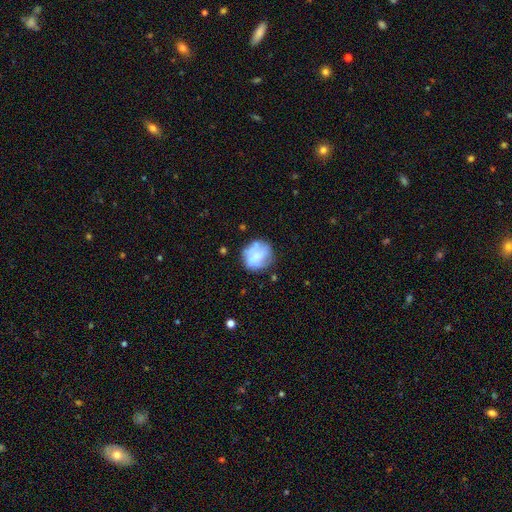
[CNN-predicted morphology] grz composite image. It shows a smooth galaxy with no disk features (55%) that is round (76%). Merging: none (60%).